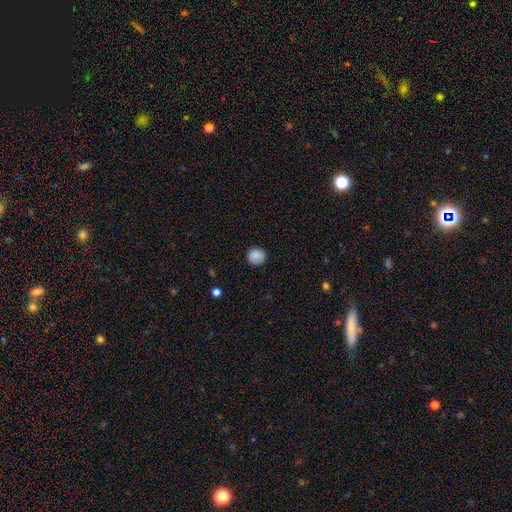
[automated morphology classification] Smooth or featured?
  - smooth: 88% *
  - star or artifact: 8%
  - featured or disk: 4%
How rounded?
  - round: 87% *
  - in between: 12%
  - cigar-shaped: 1%
Merging?
  - none: 87% *
  - minor disturbance: 9%
  - major disturbance: 2%
  - merger: 1%